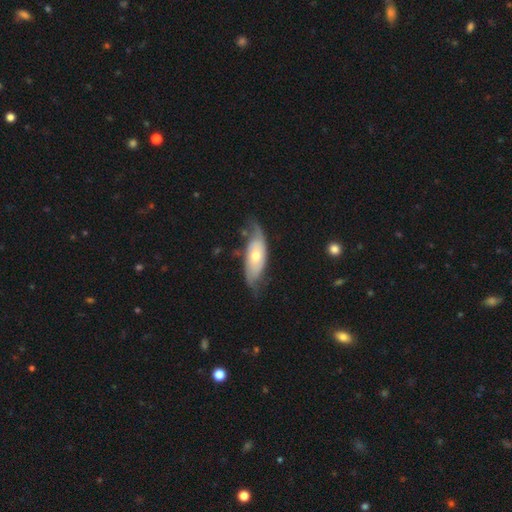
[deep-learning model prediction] Smooth or featured? Predicted: featured or disk (p=0.63). Edge-on disk? Predicted: no (p=0.83). Bar? Predicted: no (p=0.76). Spiral arms? Predicted: yes (p=0.83). Bulge size? Predicted: moderate (p=0.61). Merging? Predicted: none (p=0.58).